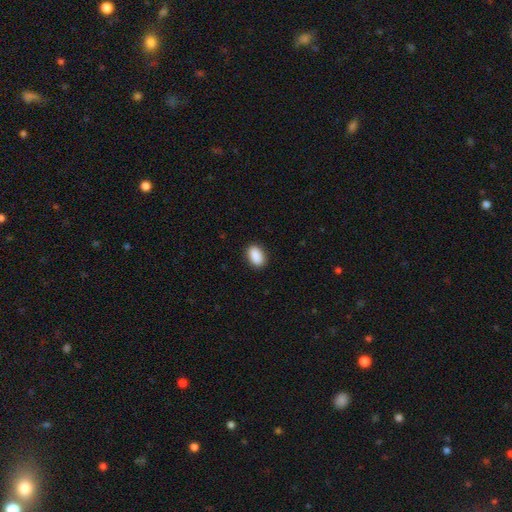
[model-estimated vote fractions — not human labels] smooth 90%, star or artifact 7%, featured or disk 3%. Down the decision tree: how rounded — in between (90%); merging — none (88%).